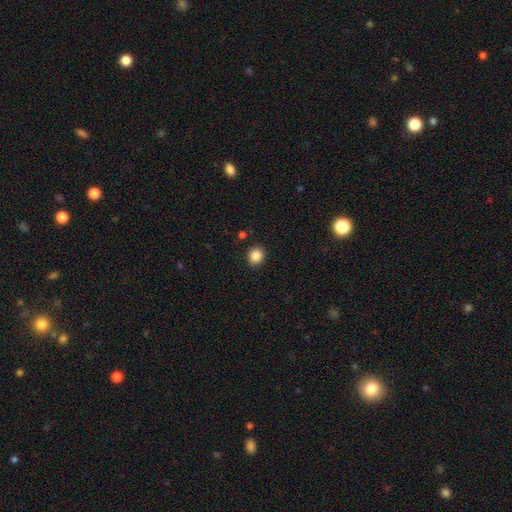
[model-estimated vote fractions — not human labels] Q: Smooth or featured?
A: smooth (86%); runner-up: star or artifact (10%)
Q: How rounded?
A: round (79%); runner-up: in between (20%)
Q: Merging?
A: none (90%); runner-up: minor disturbance (7%)